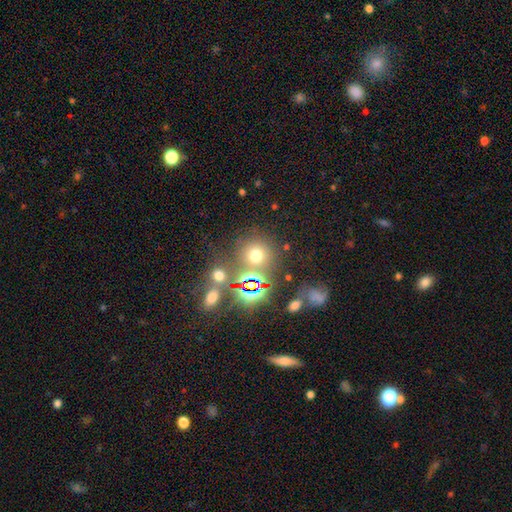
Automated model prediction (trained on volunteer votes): A smooth galaxy with no disk features (60%) that is round (87%). Merging: none (70%).